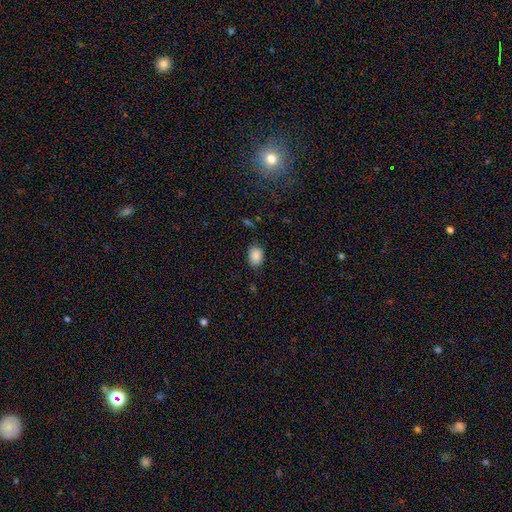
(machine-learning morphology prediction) Overall: smooth (87%). How rounded: in between (74%). Merging: none (81%).